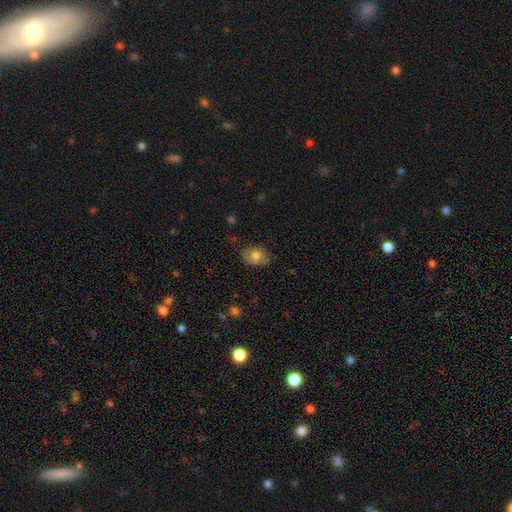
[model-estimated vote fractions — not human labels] Smooth or featured? smooth (75%)
How rounded? in between (70%)
Merging? none (80%)